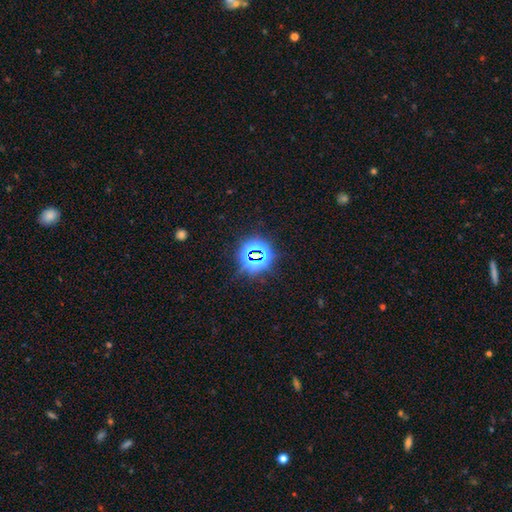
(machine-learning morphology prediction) type=star or artifact (76%).